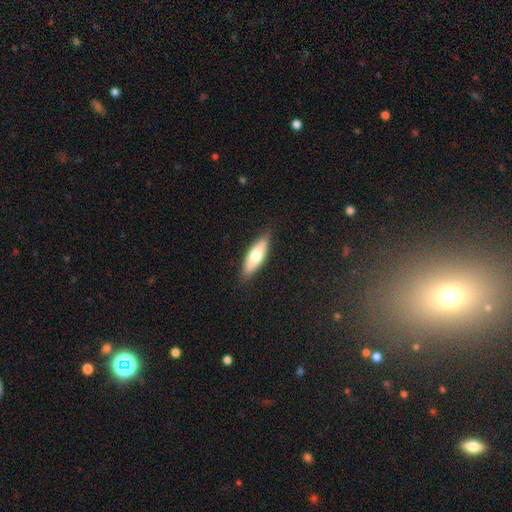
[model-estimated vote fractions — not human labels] Smooth or featured: smooth — 67% (featured or disk — 28%)
How rounded: in between — 55% (cigar-shaped — 43%)
Merging: none — 86% (minor disturbance — 11%)